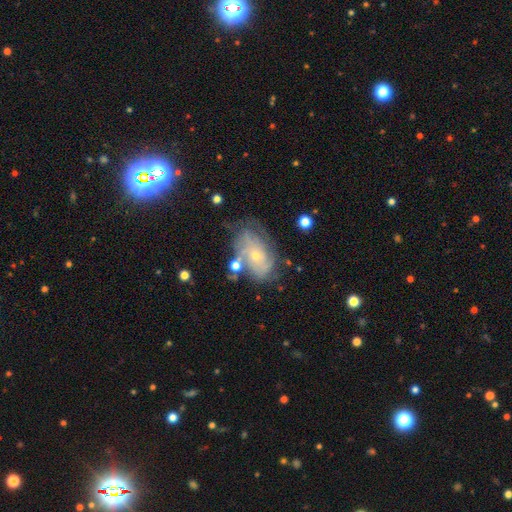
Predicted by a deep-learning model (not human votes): Q: Smooth or featured?
A: featured or disk (72%); runner-up: smooth (18%)
Q: Edge-on disk?
A: no (95%); runner-up: yes (5%)
Q: Bar?
A: no (79%); runner-up: weak (17%)
Q: Spiral arms?
A: yes (83%); runner-up: no (17%)
Q: Spiral winding?
A: tight (58%); runner-up: medium (30%)
Q: Spiral arm count?
A: can't tell (53%); runner-up: 2 (15%)
Q: Bulge size?
A: small (71%); runner-up: moderate (25%)
Q: Merging?
A: none (55%); runner-up: minor disturbance (24%)